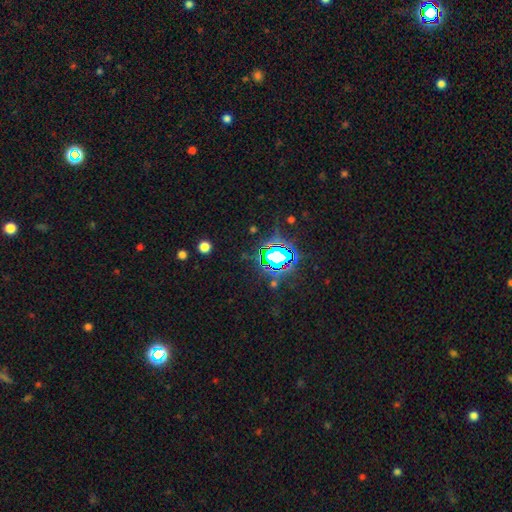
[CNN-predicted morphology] The model was most divided on "smooth or featured": star or artifact: 79%, smooth: 13%, featured or disk: 8%.